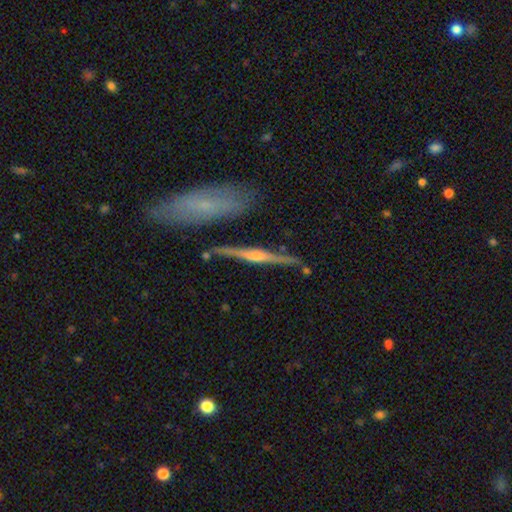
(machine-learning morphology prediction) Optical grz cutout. It shows a featured or disk galaxy (76%) viewed edge-on (96%) with a rounded central bulge (73%). Merging: none (80%).